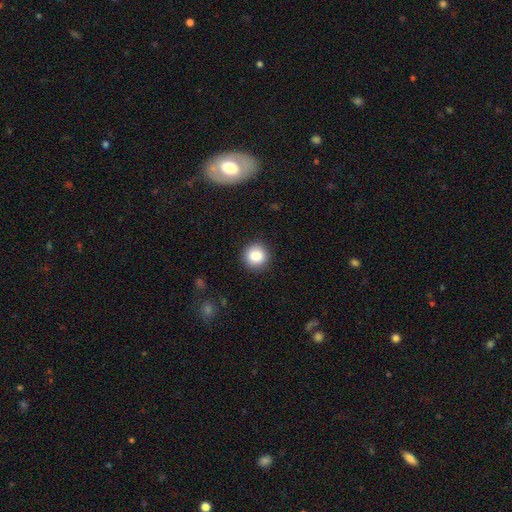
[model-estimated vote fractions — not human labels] Smooth or featured? smooth (85%)
How rounded? round (93%)
Merging? none (90%)